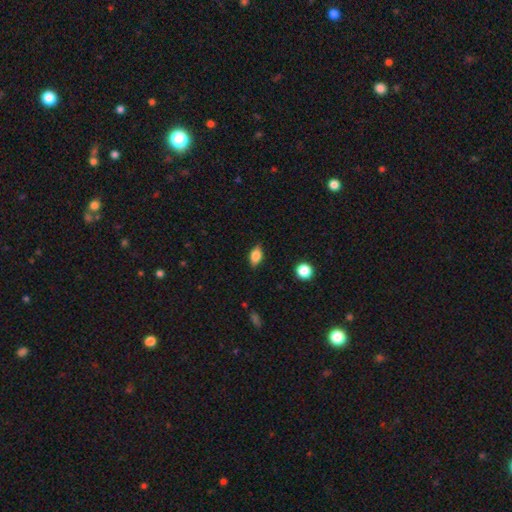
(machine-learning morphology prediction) Smooth or featured? smooth (80%)
How rounded? in between (86%)
Merging? none (84%)